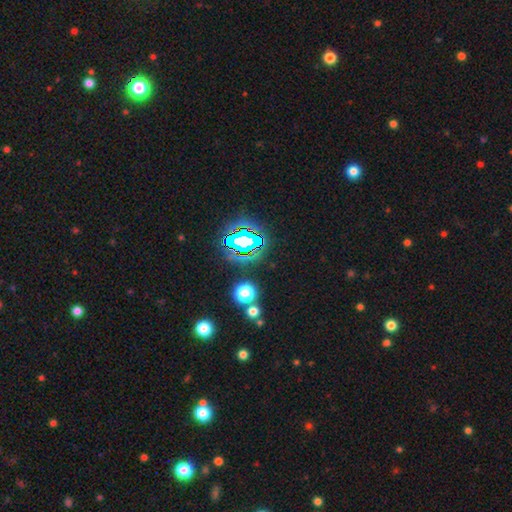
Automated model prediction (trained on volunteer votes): A star or artifact, not a galaxy (74%).